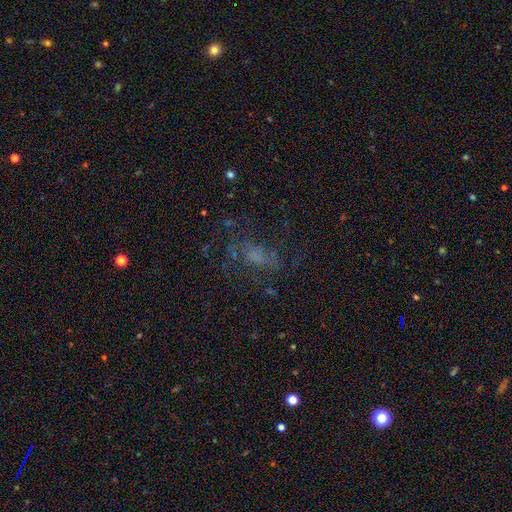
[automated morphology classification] Smooth or featured?
  - featured or disk: 42% *
  - smooth: 33%
  - star or artifact: 25%
Merging?
  - none: 53% *
  - major disturbance: 26%
  - minor disturbance: 18%
  - merger: 3%